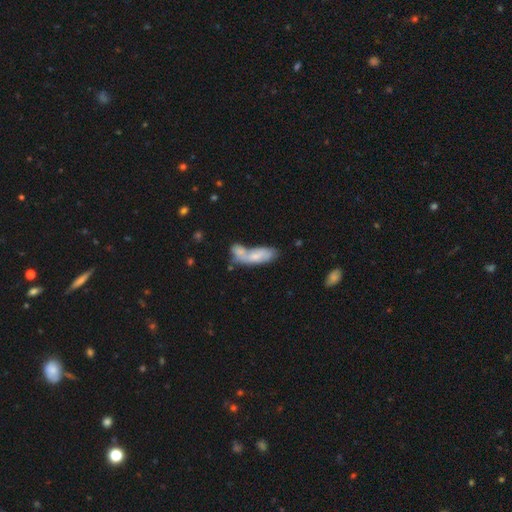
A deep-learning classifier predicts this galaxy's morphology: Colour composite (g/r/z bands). It shows a smooth galaxy with no disk features (61%) that is in between round and cigar-shaped (75%). Merging: merger (60%).